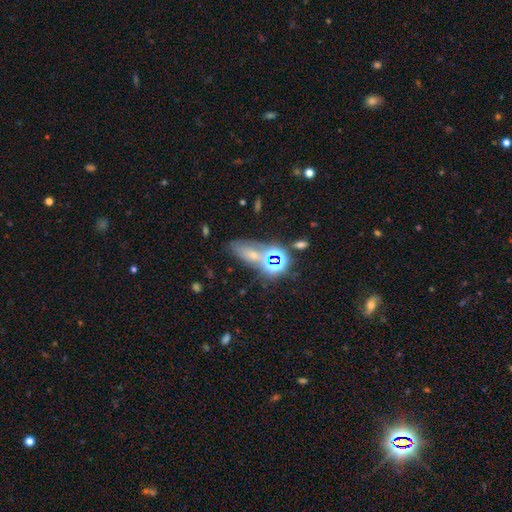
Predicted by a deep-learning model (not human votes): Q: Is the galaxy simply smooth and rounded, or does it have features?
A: star or artifact — 54%.